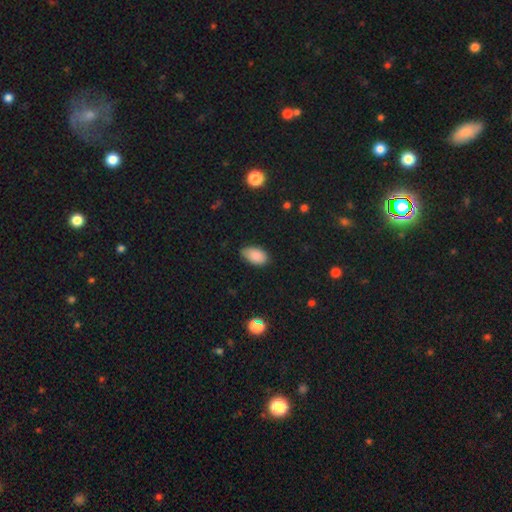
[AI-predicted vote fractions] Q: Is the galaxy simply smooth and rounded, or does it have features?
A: smooth — 87%.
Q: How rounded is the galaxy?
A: in between — 93%.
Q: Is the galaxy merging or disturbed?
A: none — 74%.